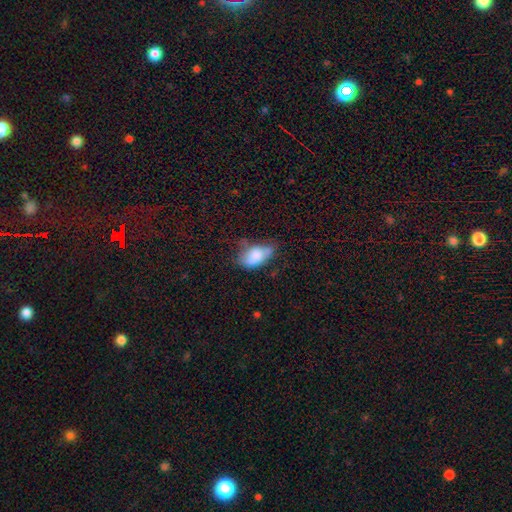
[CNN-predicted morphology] Smooth or featured: smooth — 75% (featured or disk — 17%)
How rounded: in between — 90% (round — 6%)
Merging: minor disturbance — 38% (none — 35%)